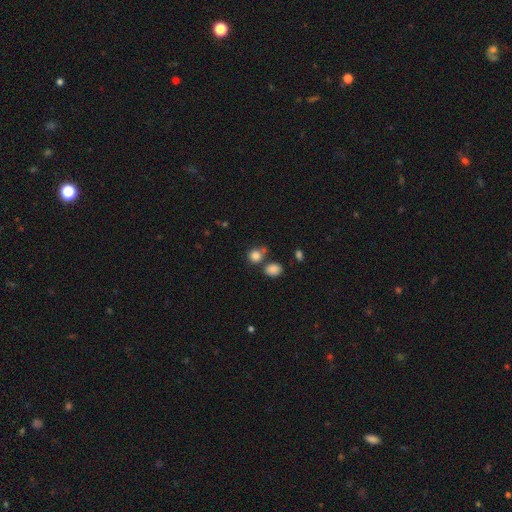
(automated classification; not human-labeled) Smooth or featured? Predicted: smooth (p=0.84). How rounded? Predicted: round (p=0.74). Merging? Predicted: none (p=0.59).